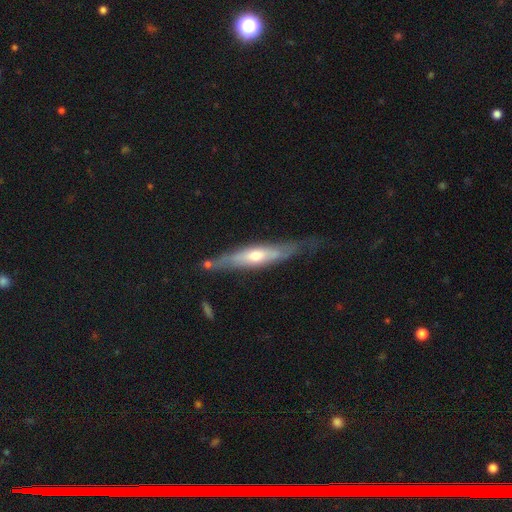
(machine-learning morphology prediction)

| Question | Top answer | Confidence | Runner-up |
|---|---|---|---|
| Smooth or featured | featured or disk | 63% | smooth (32%) |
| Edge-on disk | yes | 70% | no (30%) |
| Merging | none | 64% | minor disturbance (24%) |